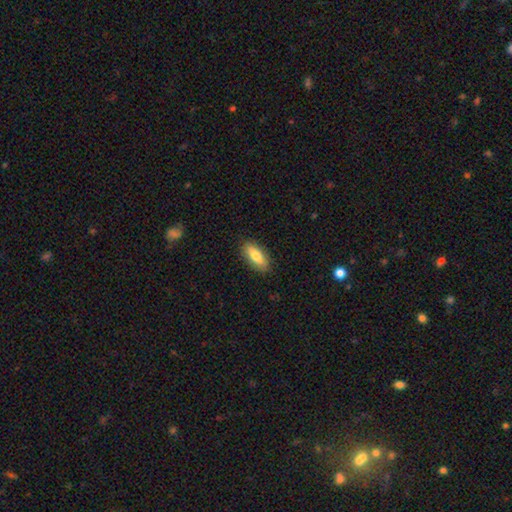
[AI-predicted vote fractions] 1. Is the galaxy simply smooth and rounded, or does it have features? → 76% smooth, 18% featured or disk, 6% star or artifact.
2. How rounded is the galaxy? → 76% in between, 22% cigar-shaped, 3% round.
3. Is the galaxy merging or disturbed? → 87% none, 10% minor disturbance, 2% major disturbance, 1% merger.